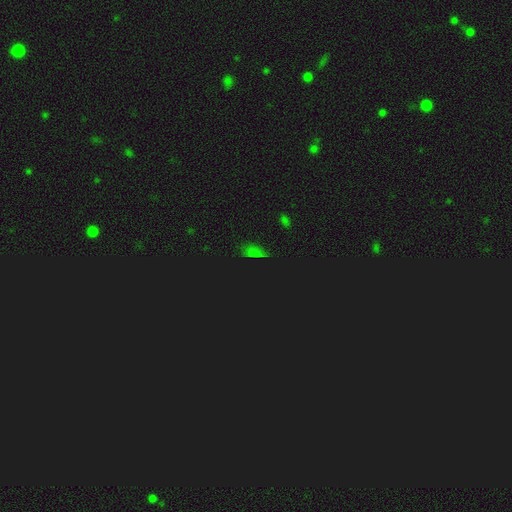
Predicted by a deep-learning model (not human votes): smooth-or-featured: star or artifact: 66% | smooth: 26% | featured or disk: 7%